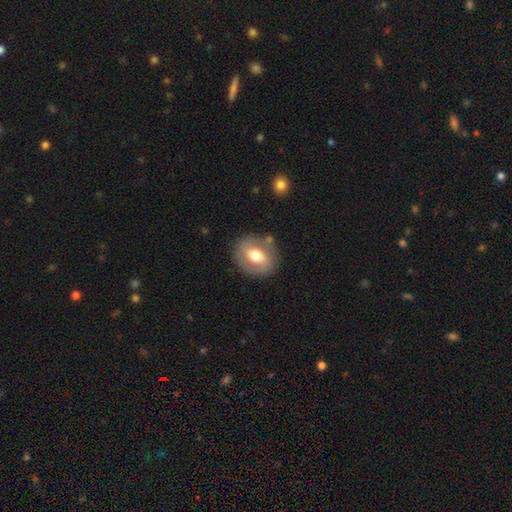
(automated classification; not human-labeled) Q: Smooth or featured?
A: smooth (52%); runner-up: featured or disk (42%)
Q: How rounded?
A: round (52%); runner-up: in between (47%)
Q: Merging?
A: none (78%); runner-up: minor disturbance (14%)